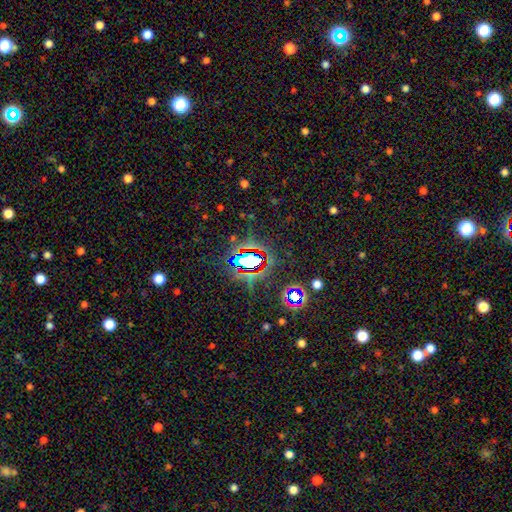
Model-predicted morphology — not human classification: The model was most divided on "smooth or featured": star or artifact: 74%, smooth: 15%, featured or disk: 11%.